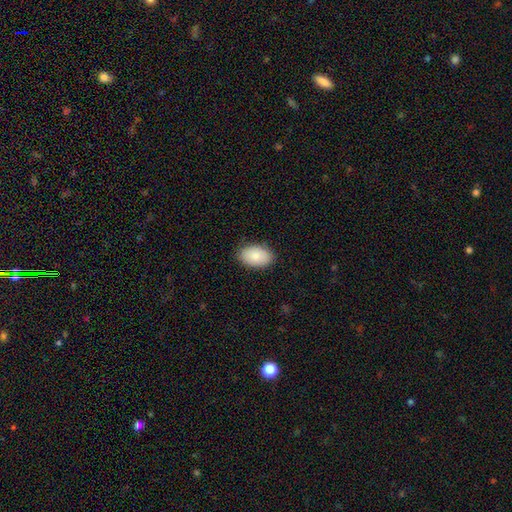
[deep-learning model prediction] Morphology: type=smooth (87%); roundness=in between (93%); merging=none (87%).